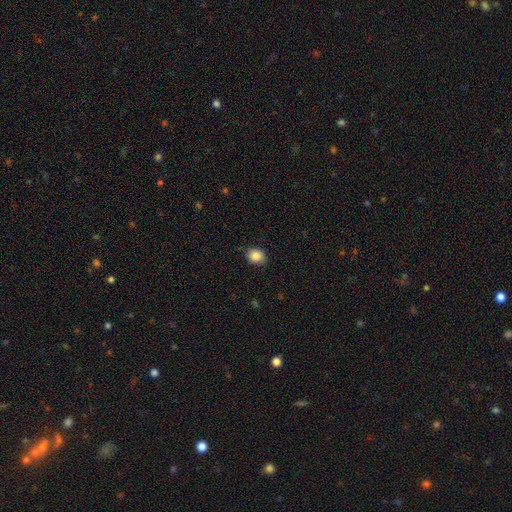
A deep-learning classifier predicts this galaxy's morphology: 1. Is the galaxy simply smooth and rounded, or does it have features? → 87% smooth, 9% star or artifact, 5% featured or disk.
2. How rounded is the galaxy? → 61% round, 38% in between, 1% cigar-shaped.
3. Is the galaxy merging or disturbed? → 83% none, 14% minor disturbance, 3% major disturbance, 1% merger.